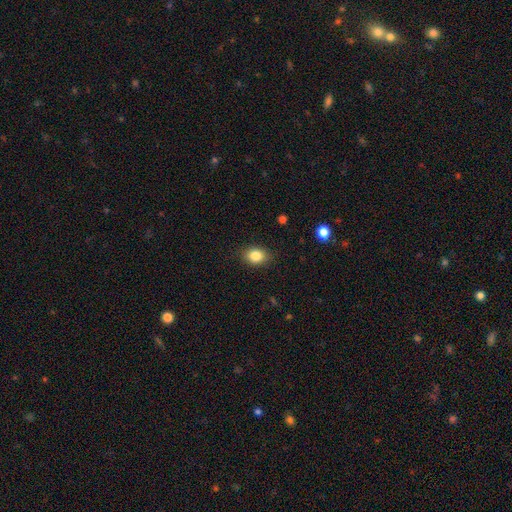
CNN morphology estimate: A smooth galaxy with no disk features (85%) that is in between round and cigar-shaped (63%).

Vote fractions:
- Smooth or featured? smooth: 85% / star or artifact: 9% / featured or disk: 6%
- How rounded? in between: 63% / round: 36% / cigar-shaped: 1%
- Merging? none: 86% / minor disturbance: 10% / major disturbance: 3% / merger: 1%